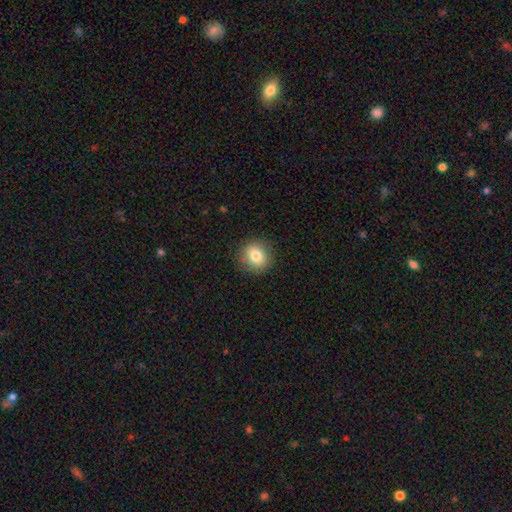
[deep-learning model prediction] This is likely a smooth galaxy (79%). How rounded: clearly round (87%). Merging: clearly none (89%).